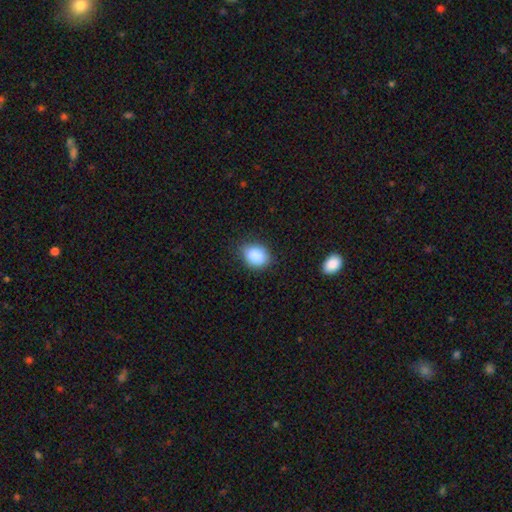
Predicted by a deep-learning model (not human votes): Smooth or featured? smooth (88%)
How rounded? in between (70%)
Merging? none (80%)